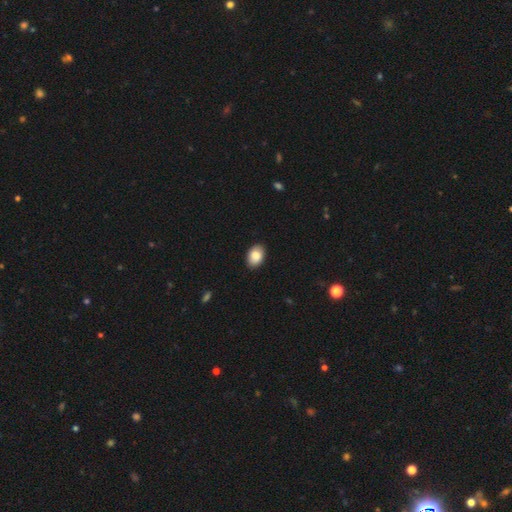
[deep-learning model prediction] Smooth or featured?
  - smooth: 87% *
  - star or artifact: 7%
  - featured or disk: 6%
How rounded?
  - in between: 86% *
  - round: 13%
  - cigar-shaped: 1%
Merging?
  - none: 90% *
  - minor disturbance: 8%
  - major disturbance: 2%
  - merger: 1%